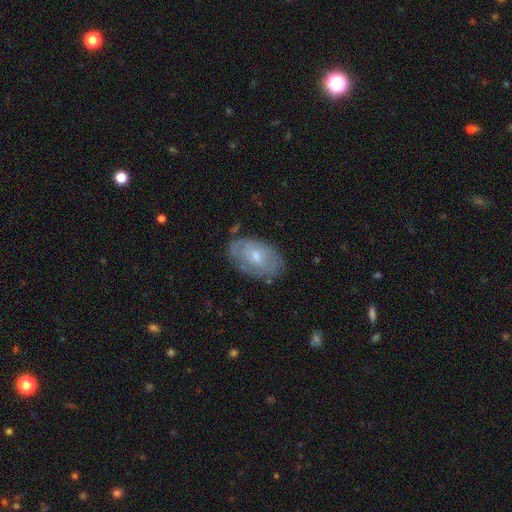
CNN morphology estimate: This appears to be a featured or disk galaxy (55%) with no bar (68%), spiral arms (59%) and a moderate central bulge (51%). Merging: none (72%).